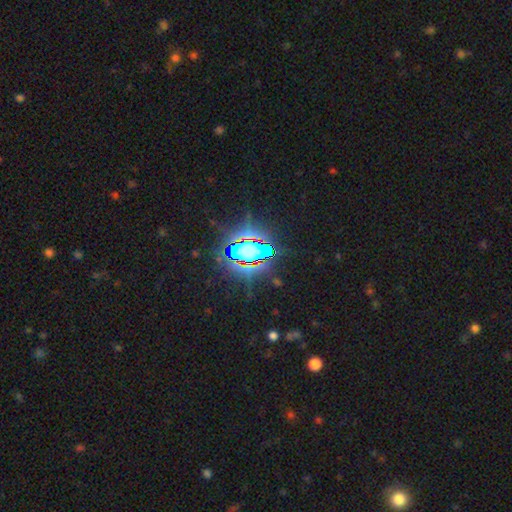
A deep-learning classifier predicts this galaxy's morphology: type=star or artifact (79%).